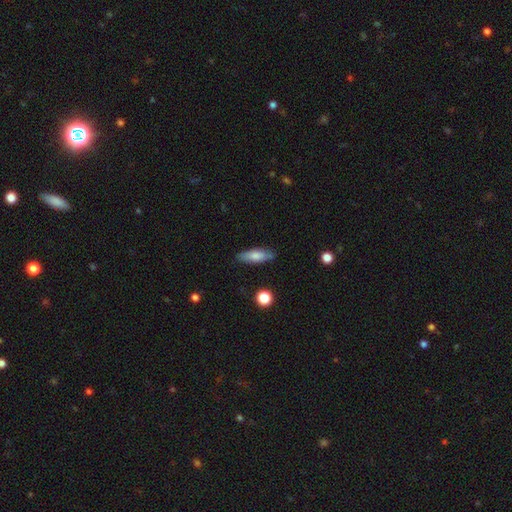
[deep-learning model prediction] Smooth or featured? Predicted: smooth (p=0.74). How rounded? Predicted: in between (p=0.54). Merging? Predicted: none (p=0.82).